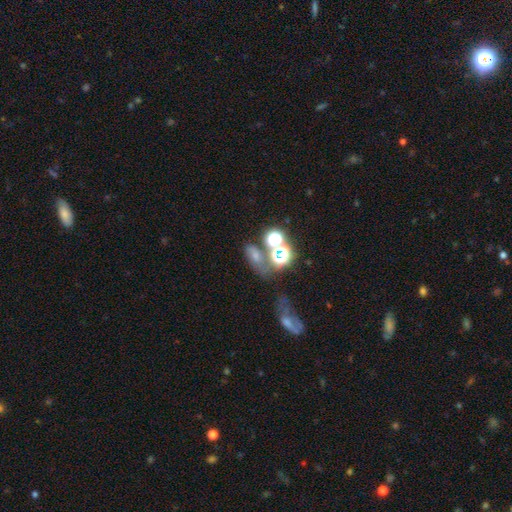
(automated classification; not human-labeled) A smooth galaxy with no disk features (51%) that is in between round and cigar-shaped (70%). Merging: none (43%).